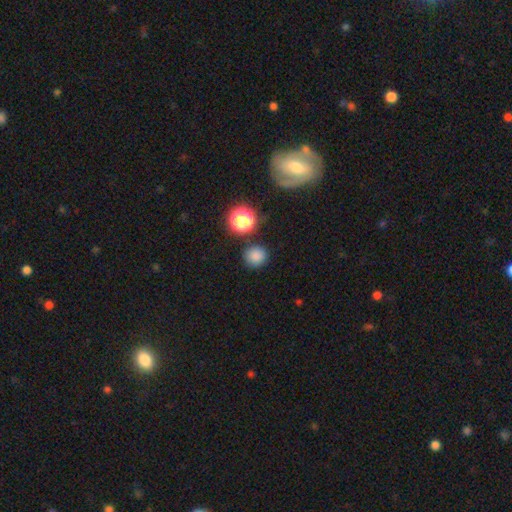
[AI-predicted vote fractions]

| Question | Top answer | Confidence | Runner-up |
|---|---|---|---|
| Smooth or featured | smooth | 80% | star or artifact (15%) |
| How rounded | round | 90% | in between (9%) |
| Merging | none | 85% | minor disturbance (8%) |